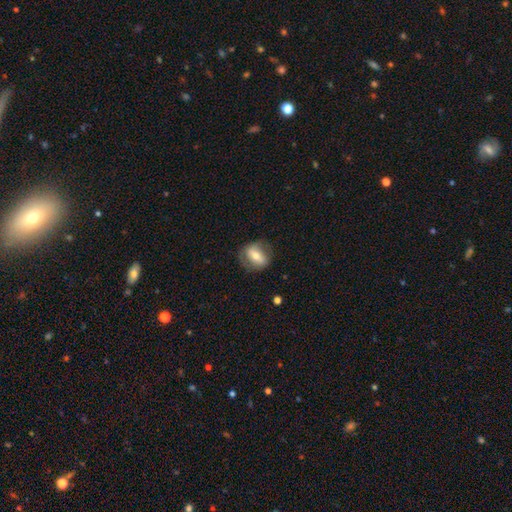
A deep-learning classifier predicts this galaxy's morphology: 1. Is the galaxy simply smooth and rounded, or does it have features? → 48% smooth, 45% featured or disk, 7% star or artifact.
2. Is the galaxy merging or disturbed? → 71% none, 19% minor disturbance, 9% major disturbance, 1% merger.